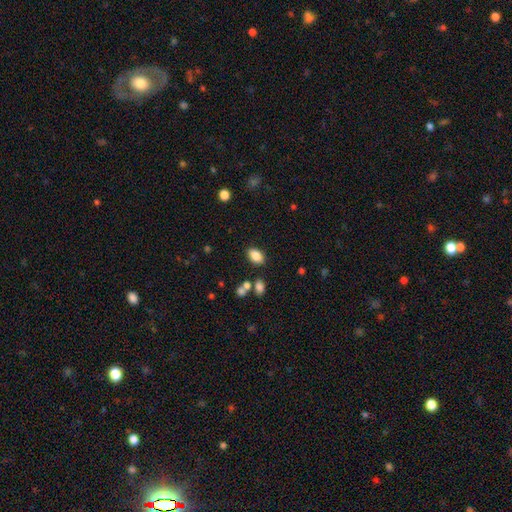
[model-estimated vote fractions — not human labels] Smooth or featured: smooth — 85% (star or artifact — 9%)
How rounded: in between — 88% (round — 10%)
Merging: none — 83% (minor disturbance — 10%)